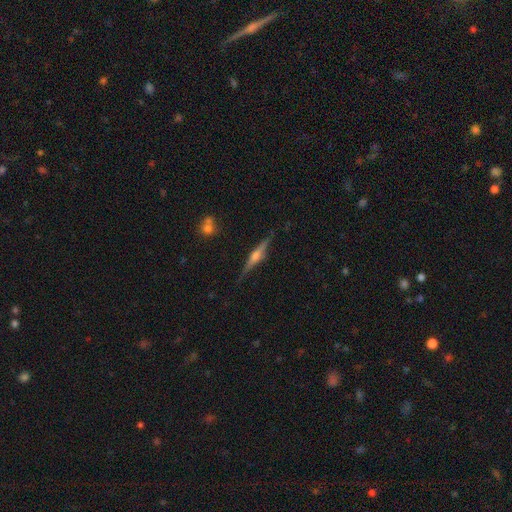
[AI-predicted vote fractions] featured or disk 79%, smooth 15%, star or artifact 6%. Down the decision tree: edge-on disk — yes (98%); edge-on bulge — rounded (86%); merging — none (87%).